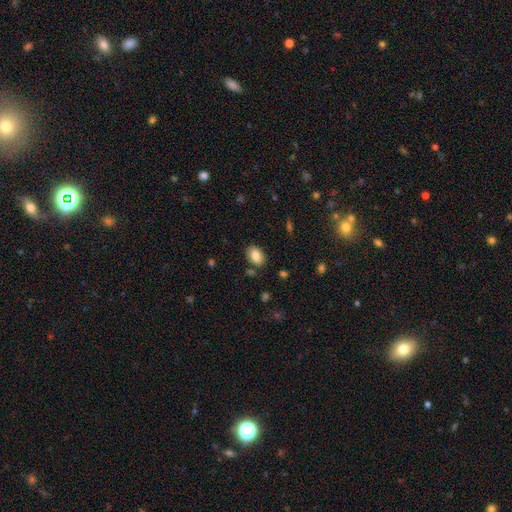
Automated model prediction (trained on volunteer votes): Smooth or featured? smooth (83%)
How rounded? in between (87%)
Merging? none (83%)